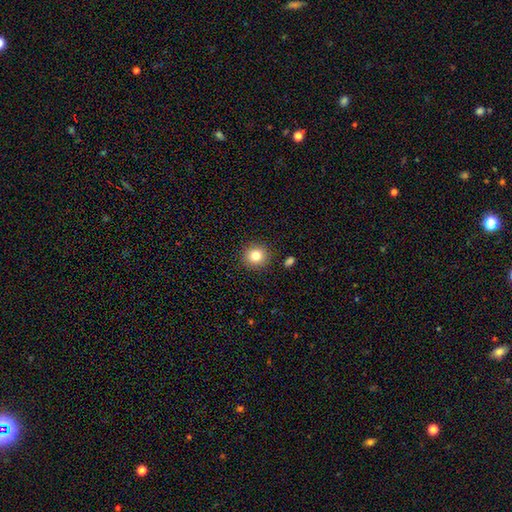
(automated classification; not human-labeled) Overall: smooth (82%). How rounded: round (92%). Merging: none (90%).